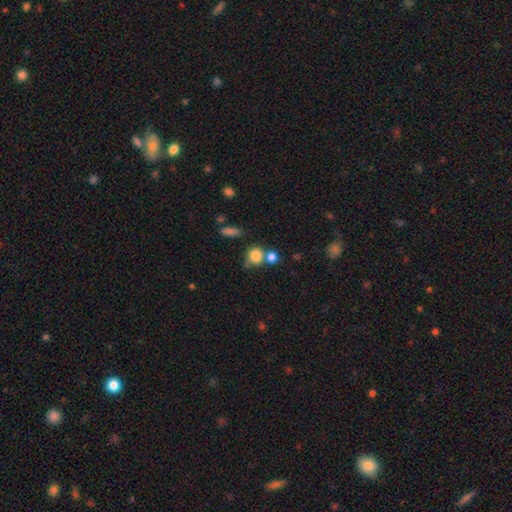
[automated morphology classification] smooth 82%, star or artifact 11%, featured or disk 7%. Down the decision tree: how rounded — round (82%); merging — none (55%).